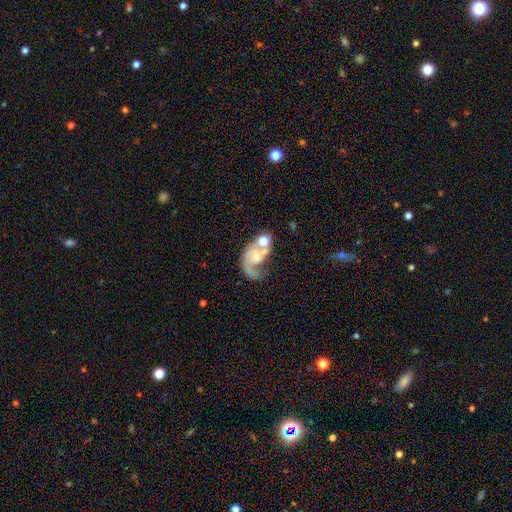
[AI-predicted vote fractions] Smooth or featured? featured or disk (72%)
Edge-on disk? no (98%)
Bar? no (65%)
Spiral arms? yes (85%)
Spiral winding? loose (47%)
Spiral arm count? 1 (46%)
Bulge size? small (45%)
Merging? merger (34%)